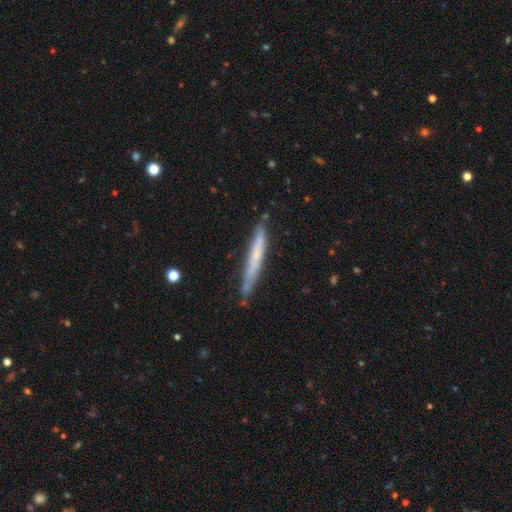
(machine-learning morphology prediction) A smooth galaxy with no disk features (51%) that is cigar-shaped (96%). Merging: none (78%).